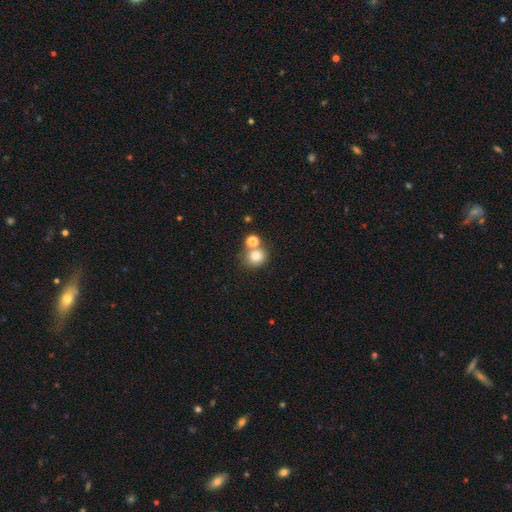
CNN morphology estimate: Overall: smooth (79%). How rounded: round (83%). Merging: none (57%; merger 30%).